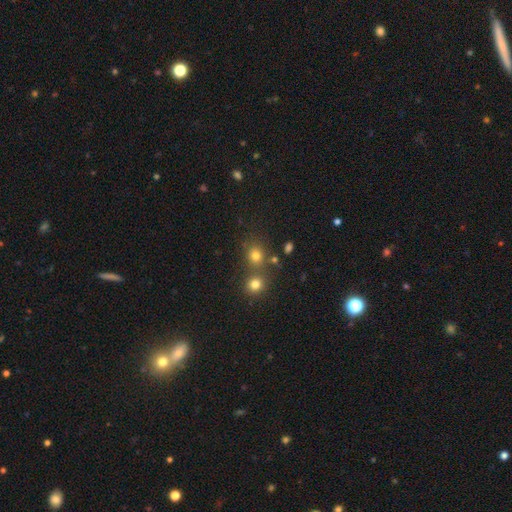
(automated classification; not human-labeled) Smooth or featured? Predicted: smooth (p=0.76). How rounded? Predicted: round (p=0.78). Merging? Predicted: none (p=0.63).